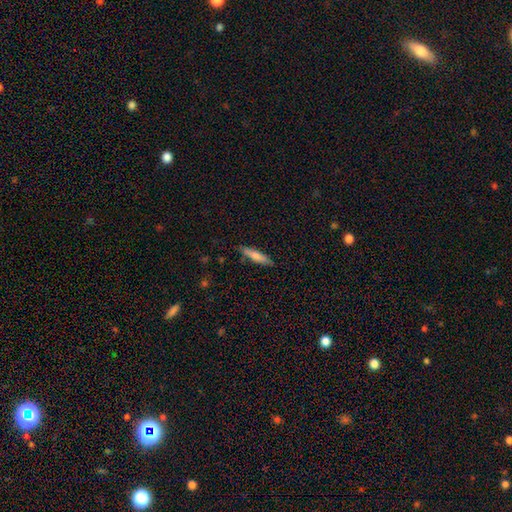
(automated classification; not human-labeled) smooth 73%, featured or disk 21%, star or artifact 6%. Down the decision tree: how rounded — cigar-shaped (84%); merging — none (84%).